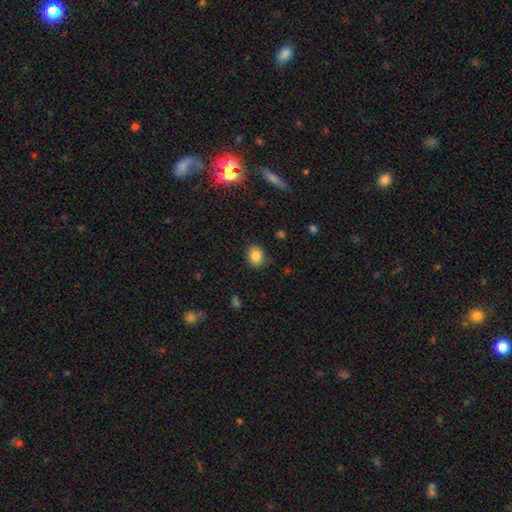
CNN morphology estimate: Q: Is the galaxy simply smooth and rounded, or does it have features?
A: smooth — 83%.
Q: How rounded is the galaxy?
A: round — 55%.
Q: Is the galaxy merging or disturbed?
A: none — 84%.